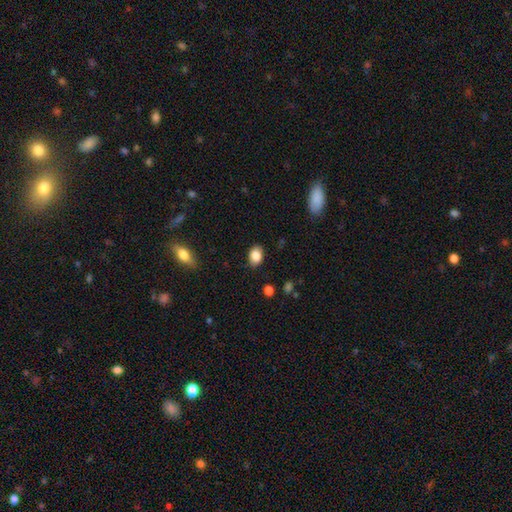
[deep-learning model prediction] A smooth galaxy with no disk features (86%) that is in between round and cigar-shaped (78%). Merging: none (85%).